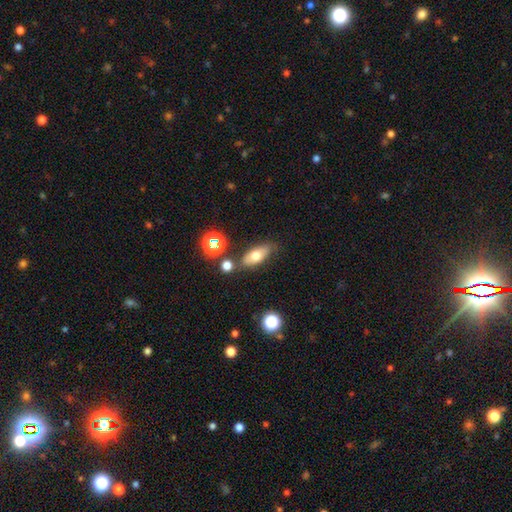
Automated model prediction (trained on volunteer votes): The model was most divided on "smooth or featured": smooth: 67%, featured or disk: 23%, star or artifact: 10%. More confident: how rounded — in between (78%); merging — none (73%).